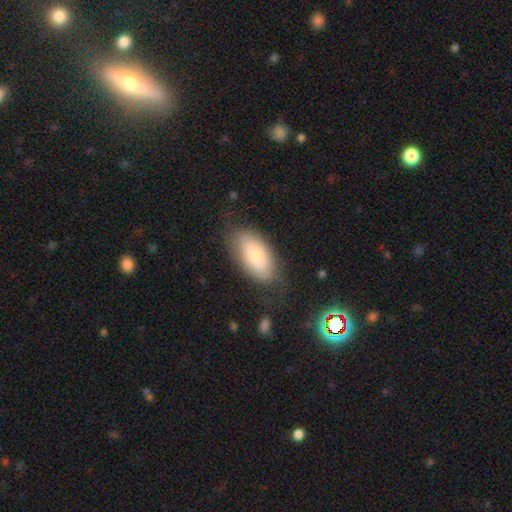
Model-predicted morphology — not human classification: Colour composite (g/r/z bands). It shows a smooth galaxy with no disk features (72%) that is in between round and cigar-shaped (93%). Merging: none (71%).